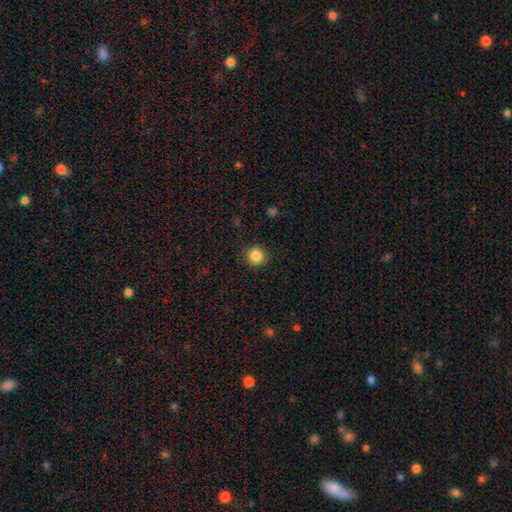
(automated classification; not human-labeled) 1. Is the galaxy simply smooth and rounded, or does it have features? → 86% smooth, 10% star or artifact, 4% featured or disk.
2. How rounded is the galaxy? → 94% round, 6% in between, 1% cigar-shaped.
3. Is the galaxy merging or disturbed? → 90% none, 7% minor disturbance, 2% major disturbance, 1% merger.